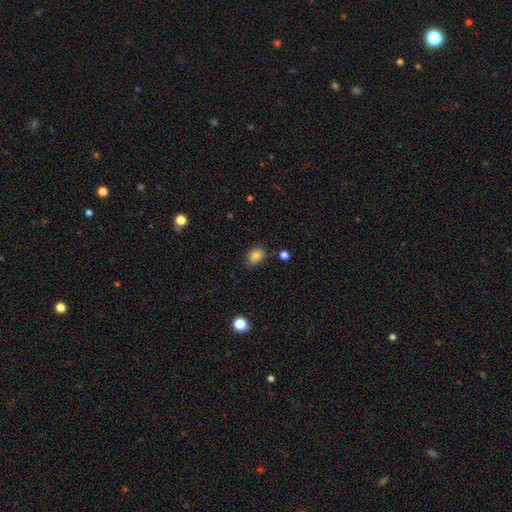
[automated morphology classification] smooth-or-featured: smooth: 83% | star or artifact: 10% | featured or disk: 7%
  how-rounded: in between: 69% | round: 30% | cigar-shaped: 1%
  merging: none: 77% | minor disturbance: 17% | major disturbance: 3% | merger: 3%